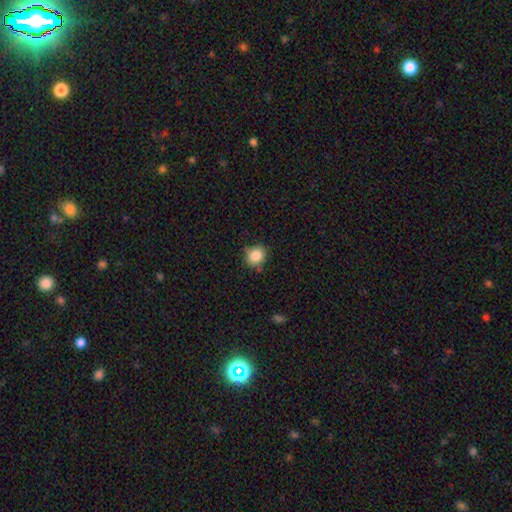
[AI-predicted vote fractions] Smooth or featured? smooth (84%)
How rounded? round (77%)
Merging? none (73%)